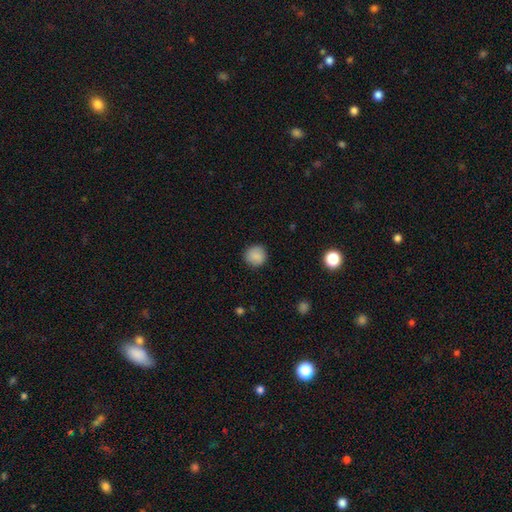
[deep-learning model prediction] A smooth galaxy with no disk features (87%) that is round (93%). Merging: none (89%).